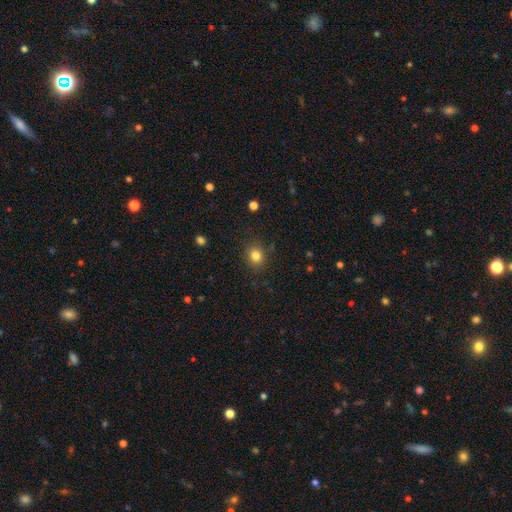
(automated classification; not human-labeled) Morphology: type=smooth (82%); roundness=round (76%); merging=none (86%).